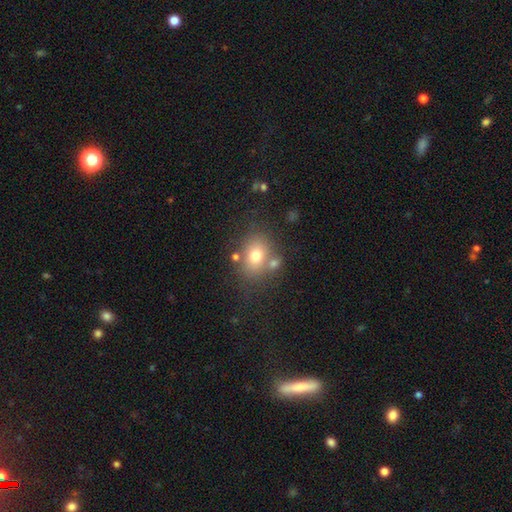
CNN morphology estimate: smooth_or_featured: smooth (p=0.73) [alt: featured or disk p=0.15]
how_rounded: in between (p=0.54) [alt: round p=0.45]
merging: none (p=0.65) [alt: merger p=0.16]